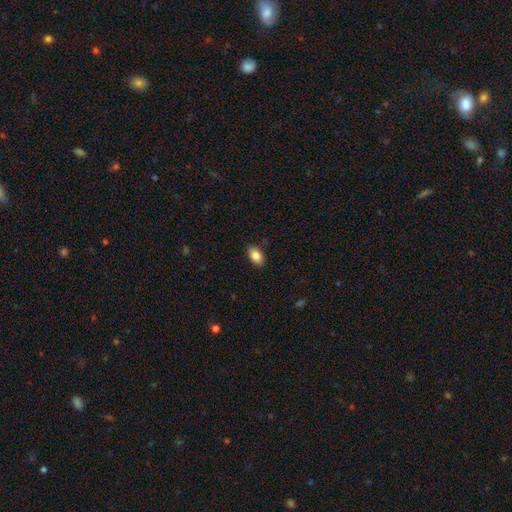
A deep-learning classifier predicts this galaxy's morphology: Smooth or featured?
  - smooth: 85% *
  - star or artifact: 8%
  - featured or disk: 7%
How rounded?
  - in between: 92% *
  - round: 6%
  - cigar-shaped: 2%
Merging?
  - none: 88% *
  - minor disturbance: 9%
  - major disturbance: 2%
  - merger: 1%